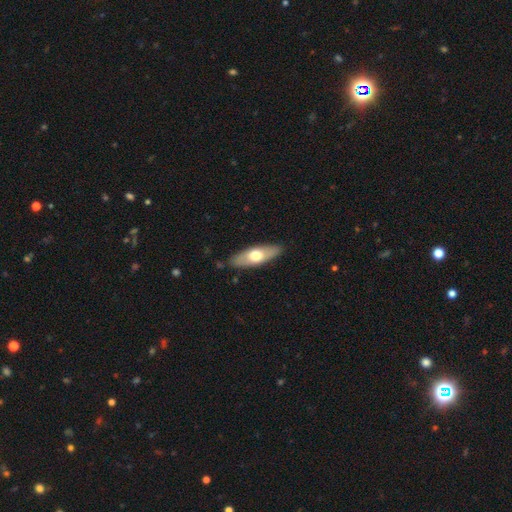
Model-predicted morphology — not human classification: Smooth or featured? smooth (58%)
How rounded? in between (62%)
Merging? none (86%)